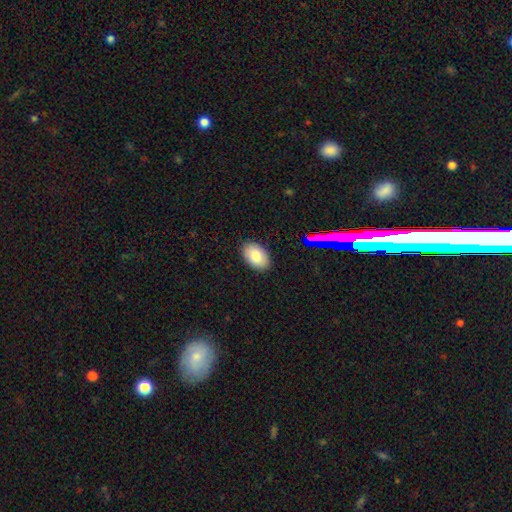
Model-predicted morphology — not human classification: Smooth or featured?
  - smooth: 82% *
  - featured or disk: 10%
  - star or artifact: 9%
How rounded?
  - in between: 90% *
  - round: 9%
  - cigar-shaped: 1%
Merging?
  - none: 89% *
  - minor disturbance: 8%
  - major disturbance: 2%
  - merger: 1%